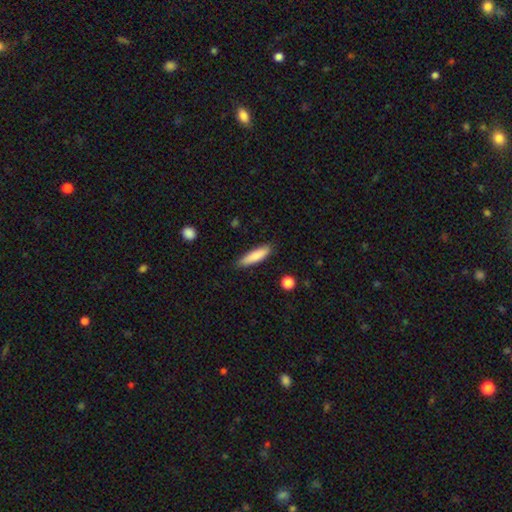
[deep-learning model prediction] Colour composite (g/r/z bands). It shows a smooth galaxy with no disk features (81%) that is cigar-shaped (72%). Merging: none (83%).